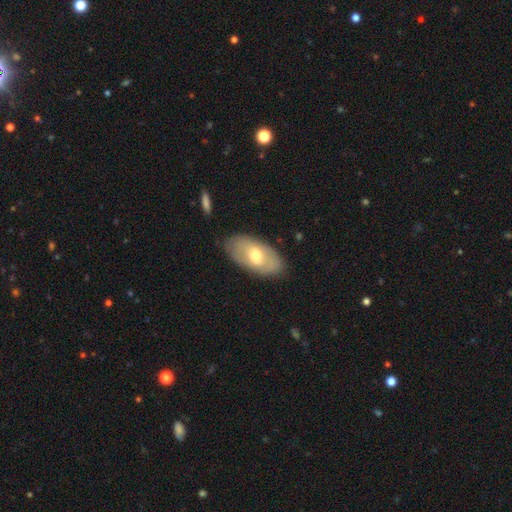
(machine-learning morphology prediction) This is possibly a smooth galaxy (56%). How rounded: clearly in between (93%). Merging: clearly none (82%).